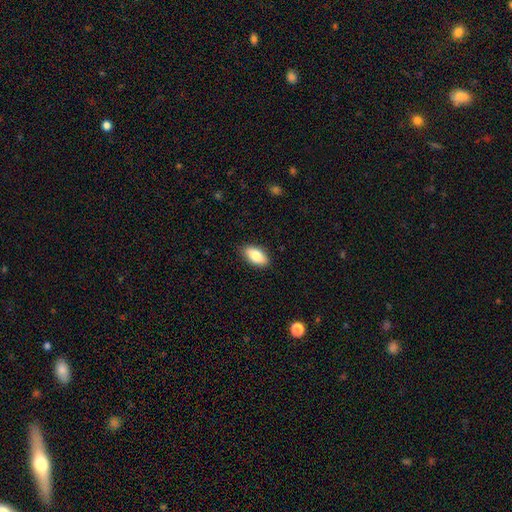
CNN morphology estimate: Smooth or featured?
  - smooth: 83% *
  - featured or disk: 10%
  - star or artifact: 7%
How rounded?
  - in between: 92% *
  - cigar-shaped: 5%
  - round: 4%
Merging?
  - none: 88% *
  - minor disturbance: 9%
  - major disturbance: 2%
  - merger: 1%